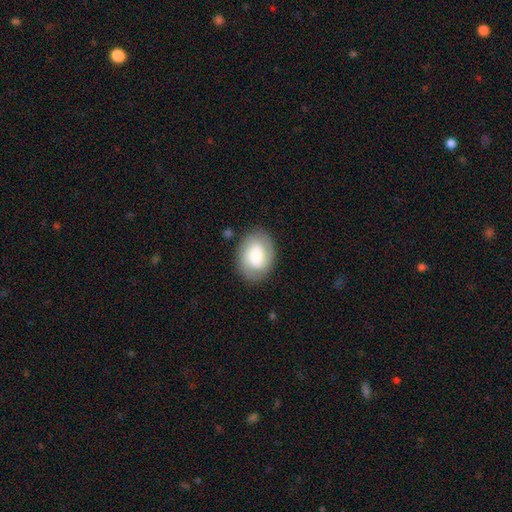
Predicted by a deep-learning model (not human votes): Smooth or featured? Predicted: smooth (p=0.53). How rounded? Predicted: in between (p=0.71). Merging? Predicted: none (p=0.82).